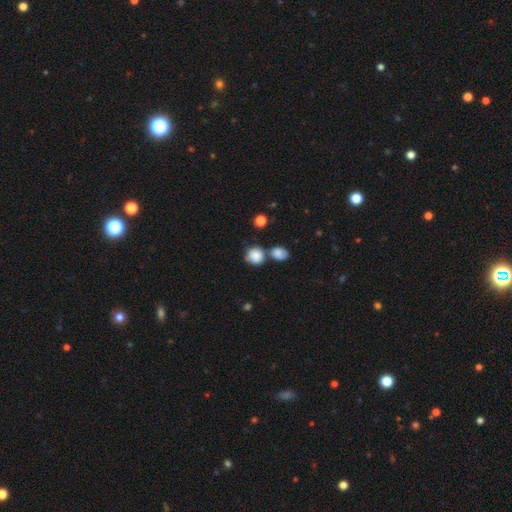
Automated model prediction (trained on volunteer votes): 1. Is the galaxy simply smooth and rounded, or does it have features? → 85% smooth, 9% star or artifact, 6% featured or disk.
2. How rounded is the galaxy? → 81% round, 18% in between, 1% cigar-shaped.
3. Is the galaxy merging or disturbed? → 53% none, 29% merger, 14% minor disturbance, 5% major disturbance.